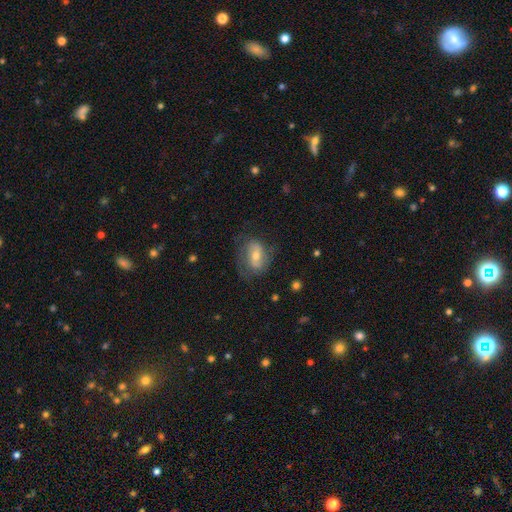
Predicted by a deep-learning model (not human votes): Morphology: type=featured or disk (56%); edge-on=no (95%); bar=weak (42%); spiral arms=yes (73%); bulge=moderate (60%); merging=none (60%).